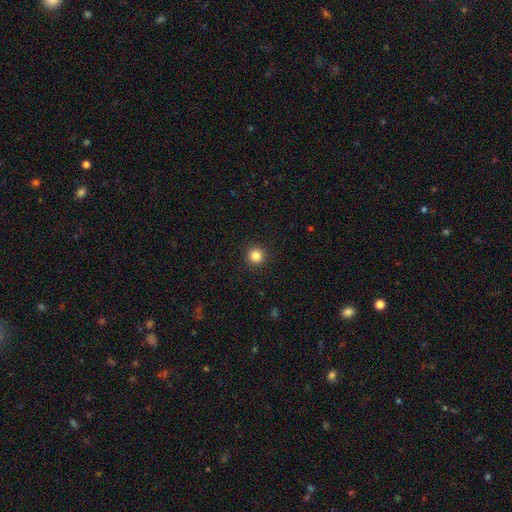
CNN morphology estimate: The model was most divided on "smooth or featured": smooth: 83%, star or artifact: 12%, featured or disk: 4%. More confident: how rounded — round (96%); merging — none (93%).